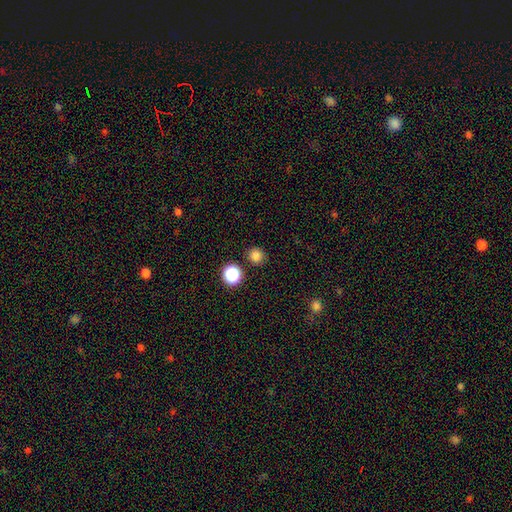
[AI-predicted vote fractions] Morphology: type=smooth (81%); roundness=round (89%); merging=none (87%).